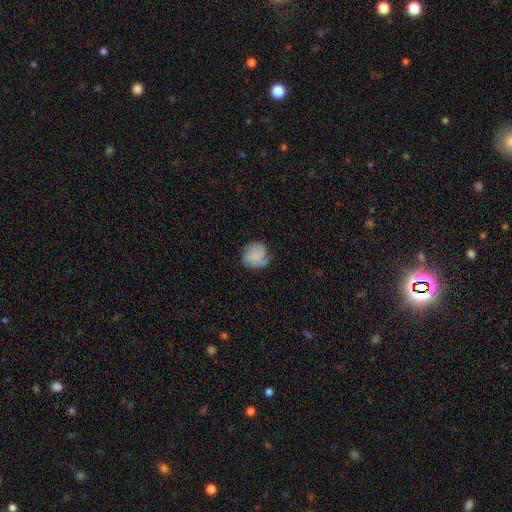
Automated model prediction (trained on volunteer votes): smooth 63%, featured or disk 28%, star or artifact 8%. Down the decision tree: how rounded — round (76%); merging — none (56%).